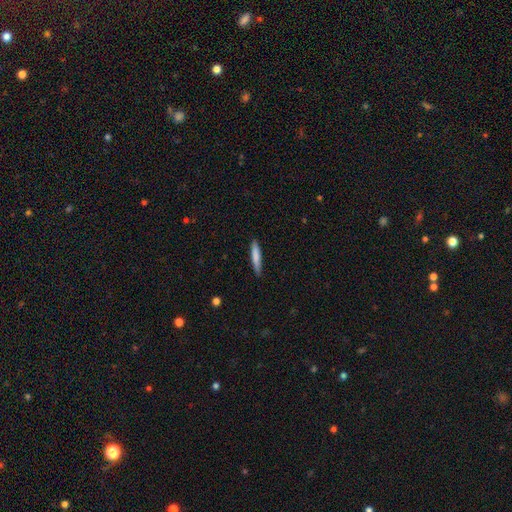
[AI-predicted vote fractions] smooth-or-featured: smooth: 79% | featured or disk: 15% | star or artifact: 6%
  how-rounded: cigar-shaped: 91% | in between: 8% | round: 1%
  merging: none: 87% | minor disturbance: 10% | major disturbance: 2% | merger: 1%